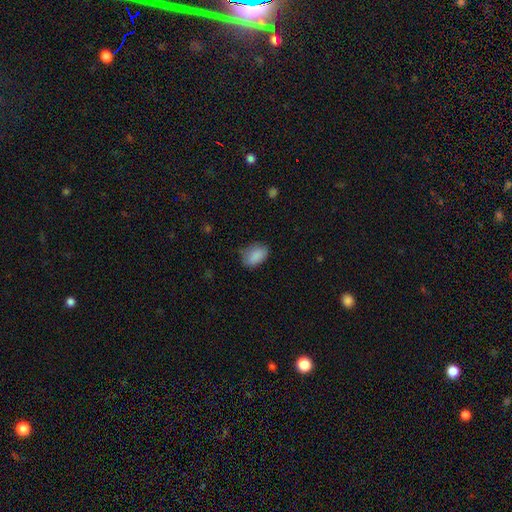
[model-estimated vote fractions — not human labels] smooth_or_featured: smooth (p=0.88) [alt: star or artifact p=0.07]
how_rounded: in between (p=0.88) [alt: round p=0.11]
merging: none (p=0.71) [alt: minor disturbance p=0.23]